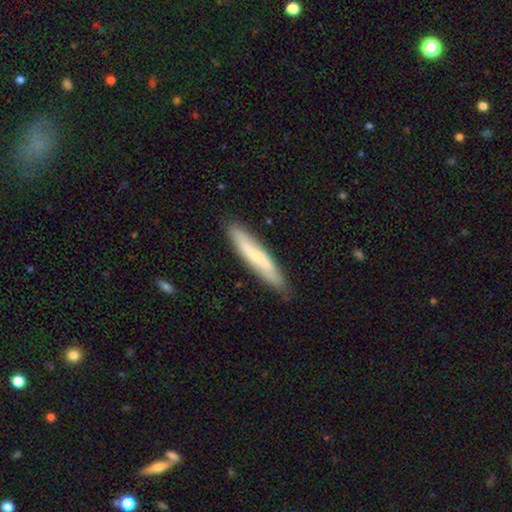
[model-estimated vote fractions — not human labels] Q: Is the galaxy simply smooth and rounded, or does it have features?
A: smooth — 60%.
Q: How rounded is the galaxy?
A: cigar-shaped — 91%.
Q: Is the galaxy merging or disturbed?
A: none — 84%.